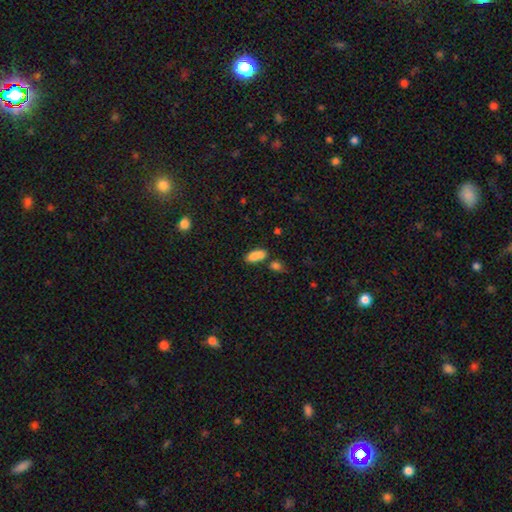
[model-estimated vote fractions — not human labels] Smooth or featured? Predicted: smooth (p=0.79). How rounded? Predicted: in between (p=0.82). Merging? Predicted: merger (p=0.47).